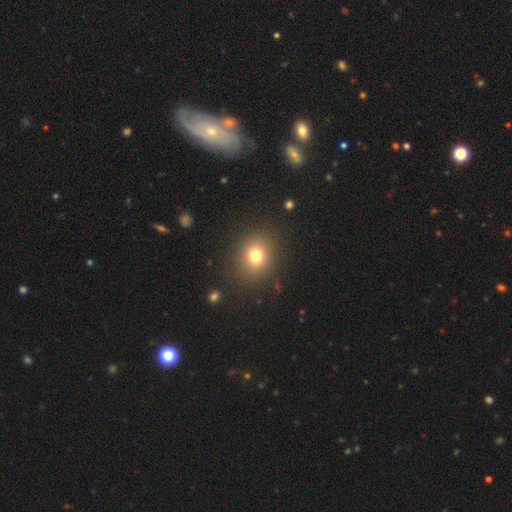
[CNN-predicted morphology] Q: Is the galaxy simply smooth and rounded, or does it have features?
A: smooth — 77%.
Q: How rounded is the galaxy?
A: round — 72%.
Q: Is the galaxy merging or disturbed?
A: none — 86%.